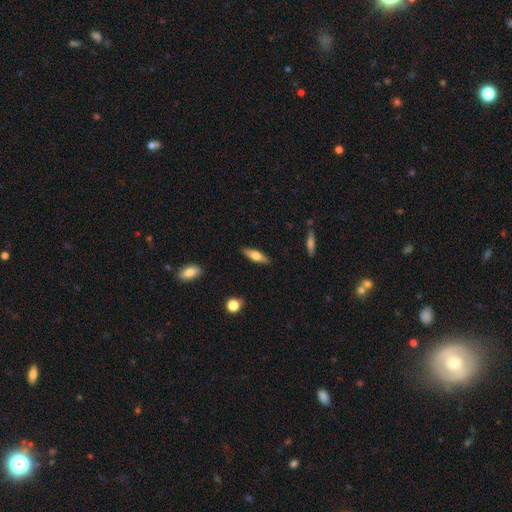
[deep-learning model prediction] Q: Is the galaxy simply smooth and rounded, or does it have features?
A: smooth — 56%.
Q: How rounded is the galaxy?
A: cigar-shaped — 56%.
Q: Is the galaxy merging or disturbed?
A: none — 88%.